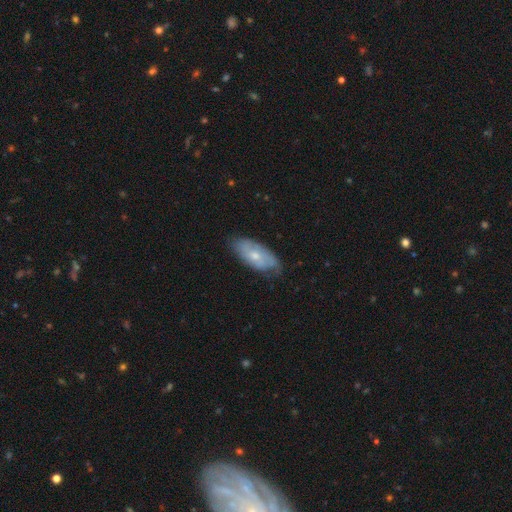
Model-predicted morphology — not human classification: Q: Smooth or featured?
A: smooth (49%); runner-up: featured or disk (45%)
Q: Merging?
A: none (65%); runner-up: minor disturbance (28%)